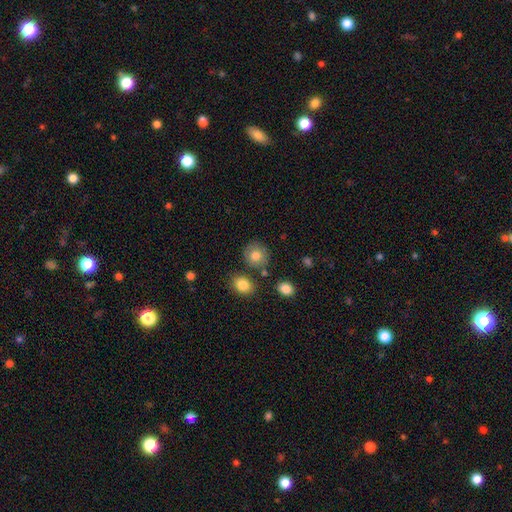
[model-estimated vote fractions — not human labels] This is likely a smooth galaxy (79%). How rounded: clearly round (83%). Merging: likely none (76%).